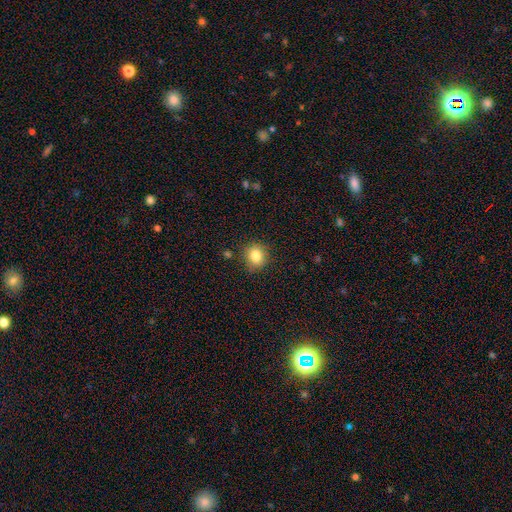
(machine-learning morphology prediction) smooth_or_featured: smooth (p=0.84) [alt: star or artifact p=0.10]
how_rounded: round (p=0.82) [alt: in between p=0.17]
merging: none (p=0.86) [alt: minor disturbance p=0.10]